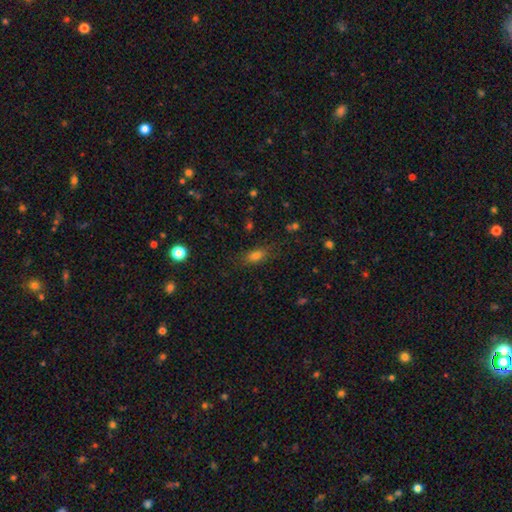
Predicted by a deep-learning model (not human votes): This appears to be a smooth galaxy with no disk features (73%) that is in between round and cigar-shaped (74%). Merging: none (79%).